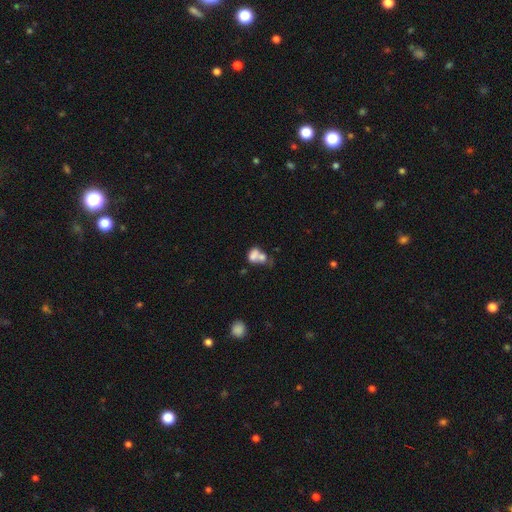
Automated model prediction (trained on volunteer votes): Morphology: type=smooth (66%); roundness=in between (69%); merging=merger (67%).